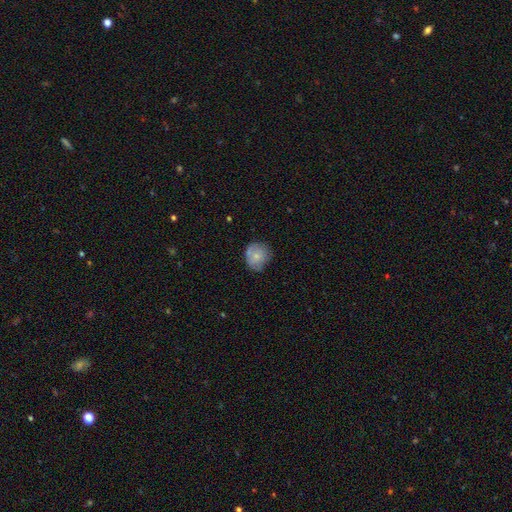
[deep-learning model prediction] Q: Smooth or featured?
A: smooth (71%); runner-up: featured or disk (21%)
Q: How rounded?
A: round (82%); runner-up: in between (17%)
Q: Merging?
A: none (63%); runner-up: minor disturbance (27%)